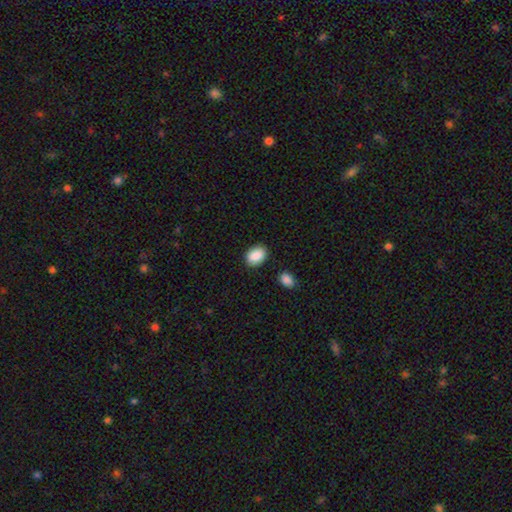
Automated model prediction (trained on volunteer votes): Overall: smooth (89%). How rounded: in between (79%). Merging: none (85%).